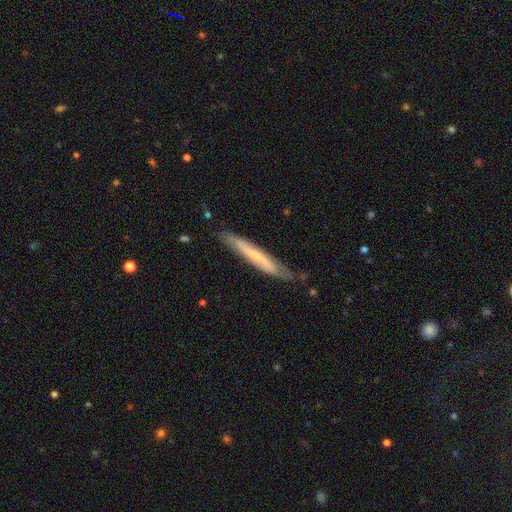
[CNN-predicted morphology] Smooth or featured?
  - featured or disk: 47% * (tied)
  - smooth: 47% * (tied)
  - star or artifact: 6%
Merging?
  - none: 73% *
  - minor disturbance: 21%
  - major disturbance: 4%
  - merger: 2%